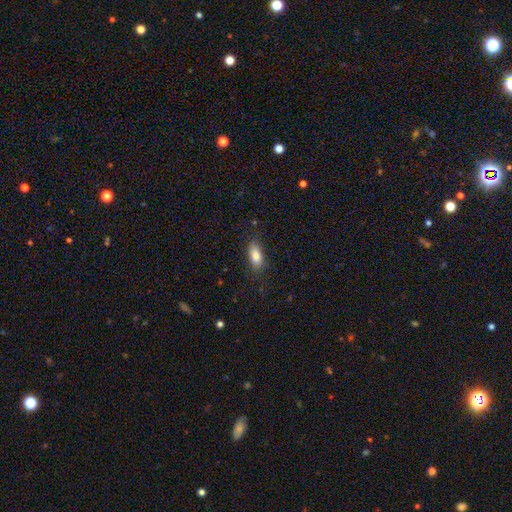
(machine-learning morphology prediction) Smooth or featured: smooth — 84% (featured or disk — 9%)
How rounded: in between — 83% (cigar-shaped — 14%)
Merging: none — 82% (minor disturbance — 13%)